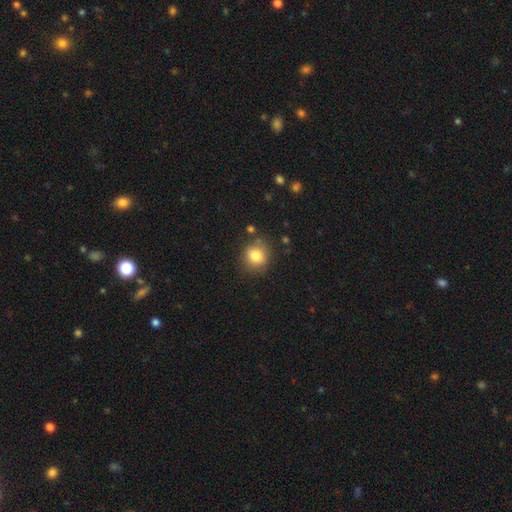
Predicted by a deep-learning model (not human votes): Smooth or featured? Predicted: smooth (p=0.82). How rounded? Predicted: round (p=0.80). Merging? Predicted: none (p=0.80).